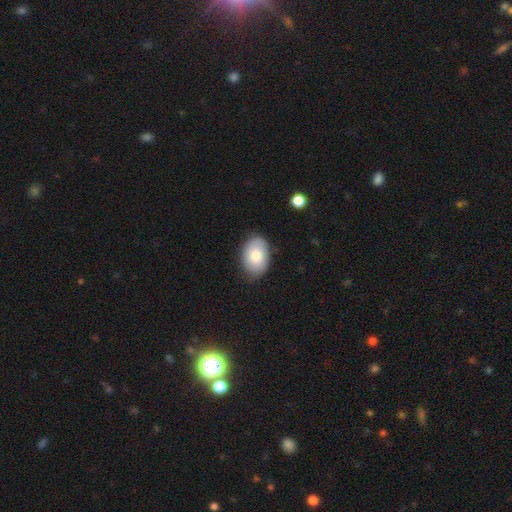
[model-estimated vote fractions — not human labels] smooth 80%, featured or disk 14%, star or artifact 6%. Down the decision tree: how rounded — in between (86%); merging — none (79%).